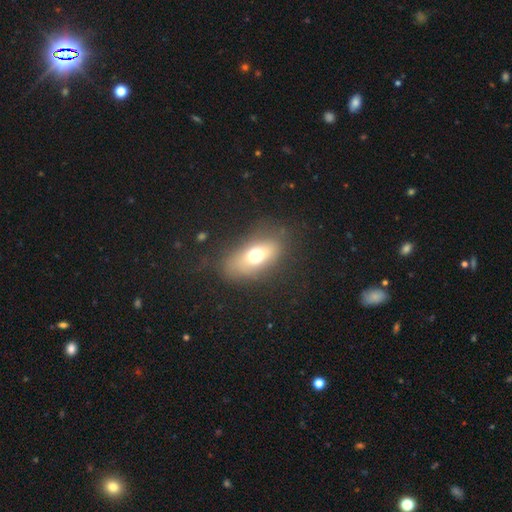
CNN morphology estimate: This is likely a smooth galaxy (61%). How rounded: likely in between (79%). Merging: likely none (74%).